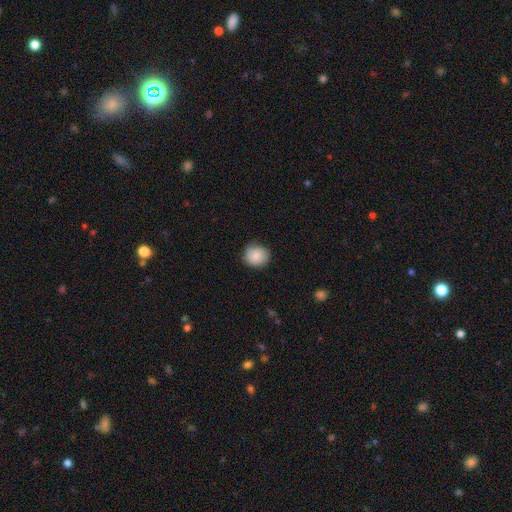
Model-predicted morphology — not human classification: Smooth or featured?
  - smooth: 84% *
  - featured or disk: 8%
  - star or artifact: 7%
How rounded?
  - round: 83% *
  - in between: 16%
  - cigar-shaped: 1%
Merging?
  - none: 81% *
  - minor disturbance: 15%
  - major disturbance: 3%
  - merger: 1%